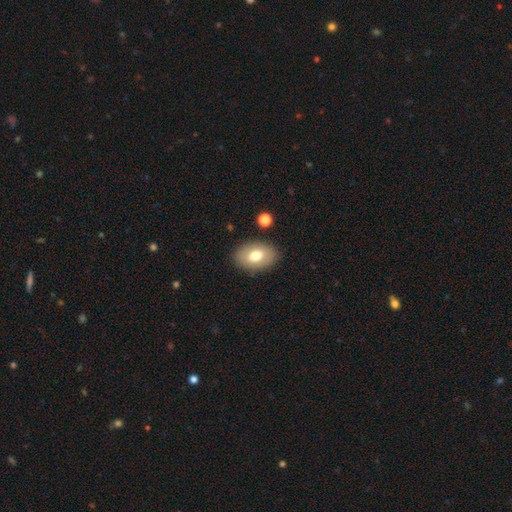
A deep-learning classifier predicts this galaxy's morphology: Smooth or featured: smooth — 72% (featured or disk — 21%)
How rounded: in between — 87% (round — 11%)
Merging: none — 86% (minor disturbance — 9%)